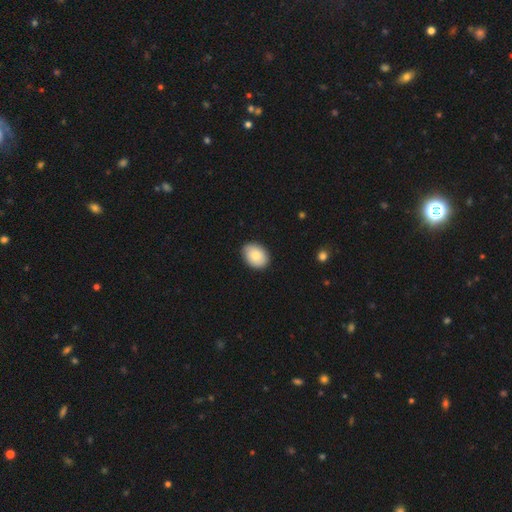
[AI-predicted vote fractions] Q: Smooth or featured?
A: smooth (83%); runner-up: featured or disk (10%)
Q: How rounded?
A: in between (73%); runner-up: round (26%)
Q: Merging?
A: none (87%); runner-up: minor disturbance (10%)